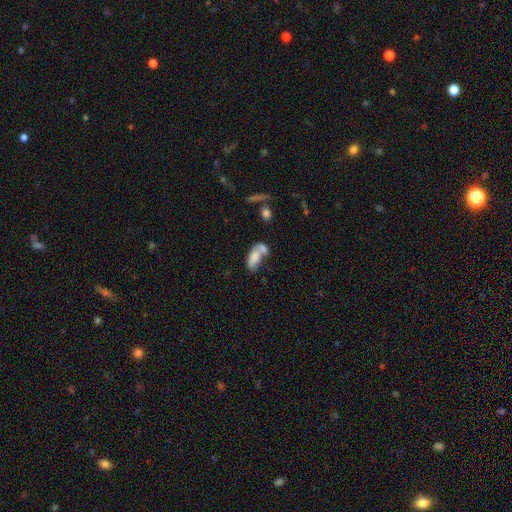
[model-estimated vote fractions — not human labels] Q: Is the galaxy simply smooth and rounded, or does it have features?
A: smooth — 74%.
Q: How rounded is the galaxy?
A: in between — 90%.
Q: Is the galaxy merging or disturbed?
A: merger — 54%.